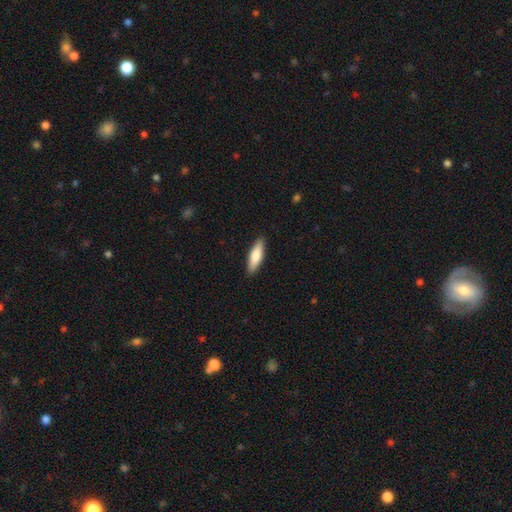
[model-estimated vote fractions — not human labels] smooth-or-featured: smooth: 76% | featured or disk: 19% | star or artifact: 5%
  how-rounded: cigar-shaped: 59% | in between: 39% | round: 2%
  merging: none: 90% | minor disturbance: 8% | major disturbance: 2% | merger: 1%